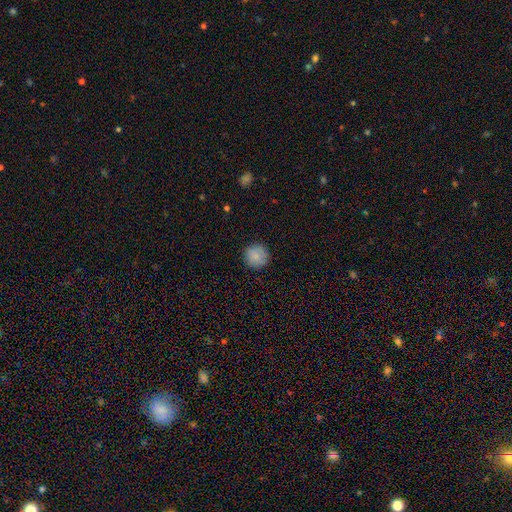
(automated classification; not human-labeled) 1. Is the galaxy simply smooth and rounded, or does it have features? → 86% smooth, 8% star or artifact, 6% featured or disk.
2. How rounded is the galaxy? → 95% round, 4% in between, 1% cigar-shaped.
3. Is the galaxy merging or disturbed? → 88% none, 8% minor disturbance, 2% major disturbance, 1% merger.